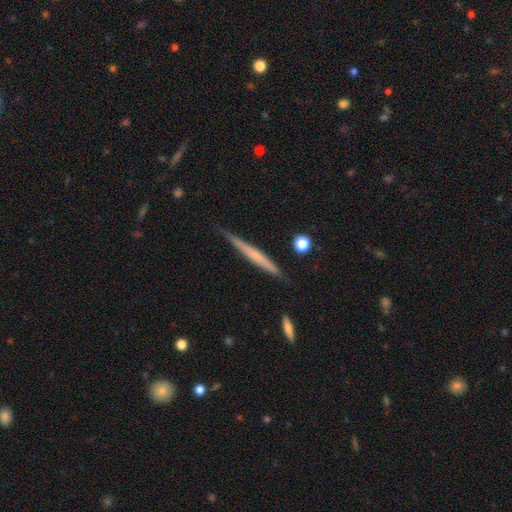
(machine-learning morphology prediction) A featured or disk galaxy (54%) viewed edge-on (97%) with no central bulge (69%).

Vote fractions:
- Smooth or featured? featured or disk: 54% / smooth: 40% / star or artifact: 6%
- Edge-on disk? yes: 97% / no: 3%
- Edge-on bulge? none: 69% / rounded: 23% / boxy: 8%
- Merging? none: 85% / minor disturbance: 11% / major disturbance: 2% / merger: 2%